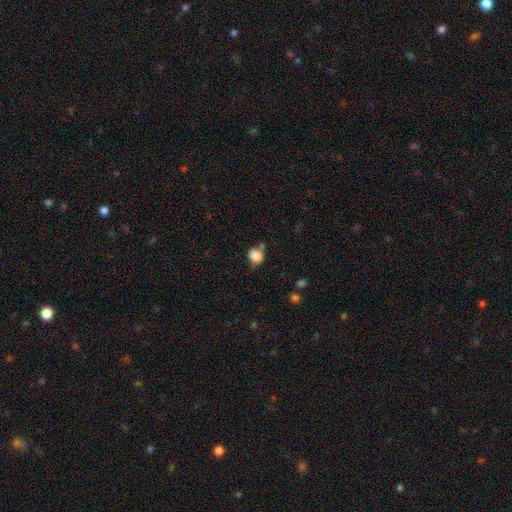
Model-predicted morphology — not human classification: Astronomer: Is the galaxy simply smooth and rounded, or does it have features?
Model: smooth — 85%.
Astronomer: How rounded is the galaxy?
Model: round — 75%.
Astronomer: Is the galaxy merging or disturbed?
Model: none — 58%.